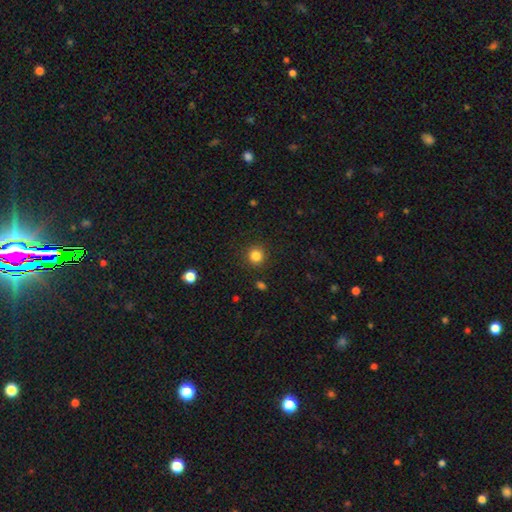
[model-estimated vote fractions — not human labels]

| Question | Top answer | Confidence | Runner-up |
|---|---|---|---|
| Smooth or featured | smooth | 83% | star or artifact (12%) |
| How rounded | round | 93% | in between (6%) |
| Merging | none | 91% | minor disturbance (6%) |